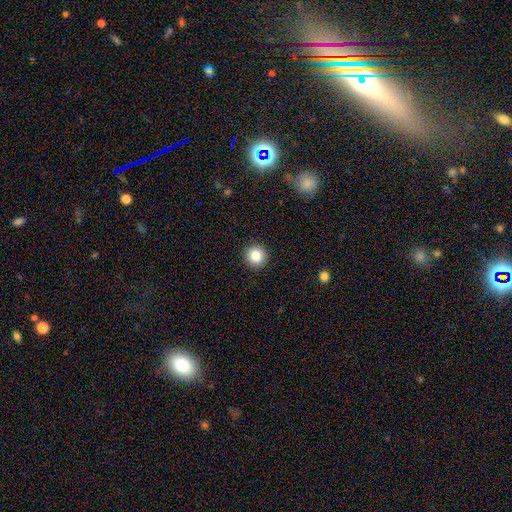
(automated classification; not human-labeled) Smooth or featured: smooth — 84% (star or artifact — 10%)
How rounded: round — 95% (in between — 5%)
Merging: none — 93% (minor disturbance — 5%)